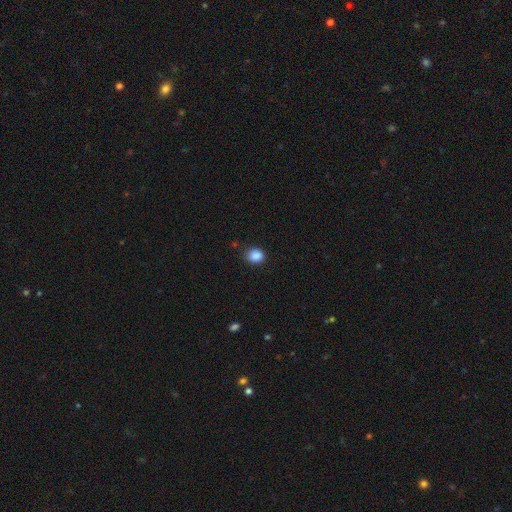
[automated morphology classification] Smooth or featured: smooth — 87% (star or artifact — 10%)
How rounded: round — 65% (in between — 34%)
Merging: none — 81% (minor disturbance — 15%)